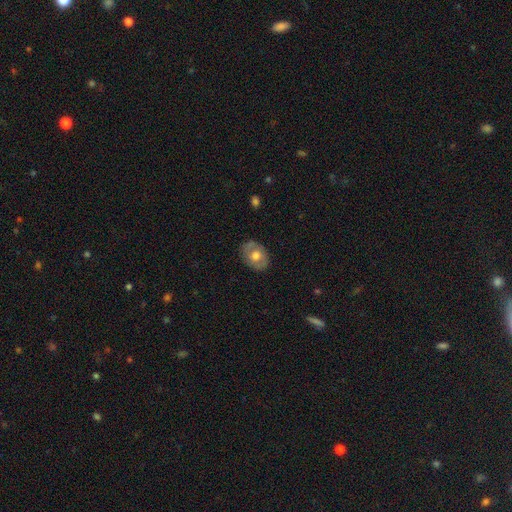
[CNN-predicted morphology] smooth 53%, featured or disk 41%, star or artifact 6%. Down the decision tree: how rounded — in between (65%); merging — none (80%).